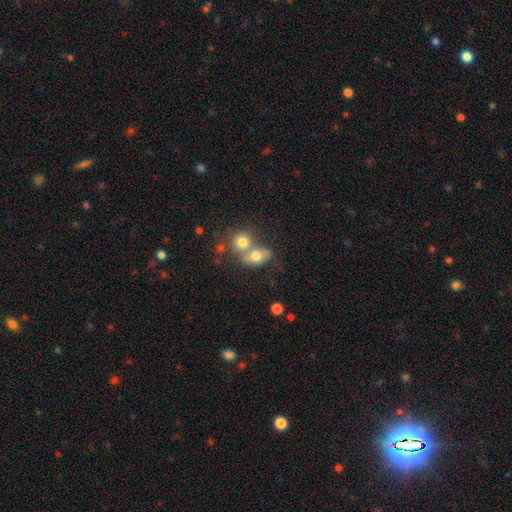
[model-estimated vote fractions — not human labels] The model was most divided on "how rounded": in between: 64%, round: 34%, cigar-shaped: 2%. More confident: smooth or featured — smooth (72%); merging — merger (59%).